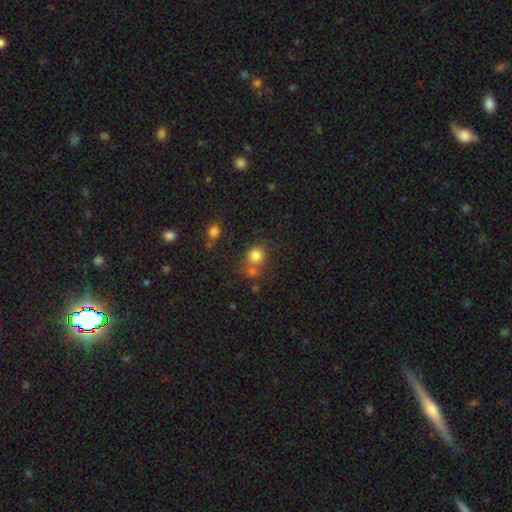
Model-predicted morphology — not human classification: type=smooth (79%); roundness=round (81%); merging=none (54%).